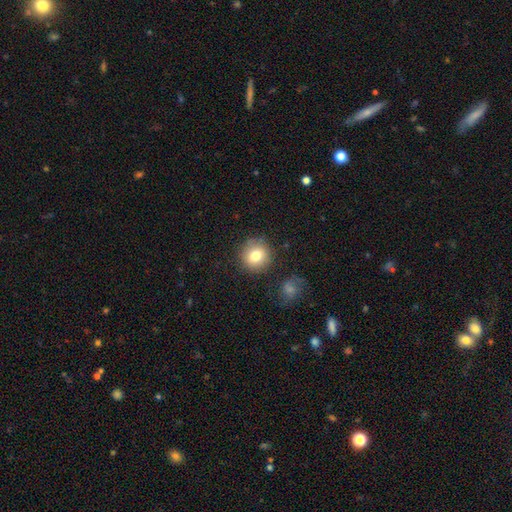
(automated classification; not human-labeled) Smooth or featured? Predicted: smooth (p=0.79). How rounded? Predicted: round (p=0.92). Merging? Predicted: none (p=0.85).